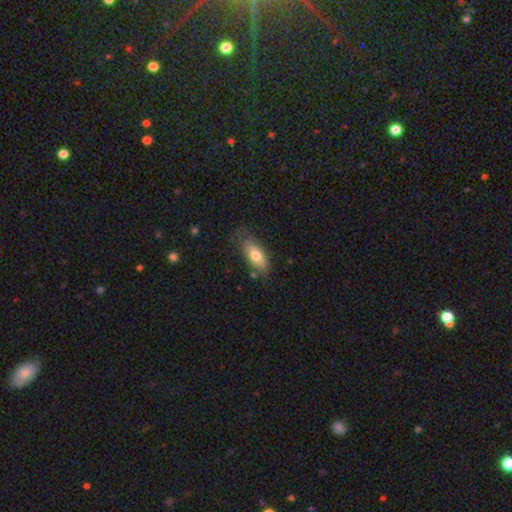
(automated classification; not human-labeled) Smooth or featured? smooth (72%)
How rounded? in between (81%)
Merging? none (68%)